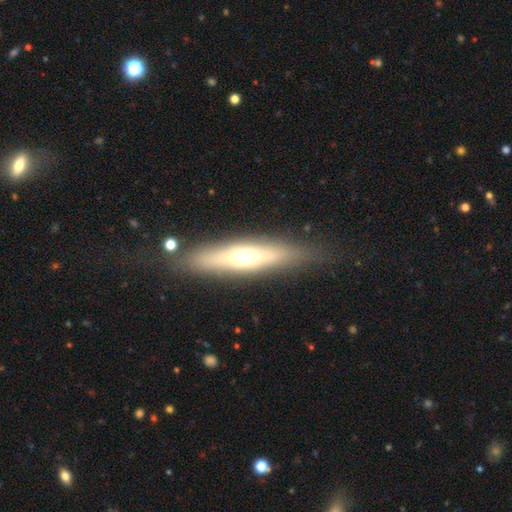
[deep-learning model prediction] featured or disk 56%, smooth 37%, star or artifact 7%. Down the decision tree: edge-on disk — yes (82%); merging — none (80%).